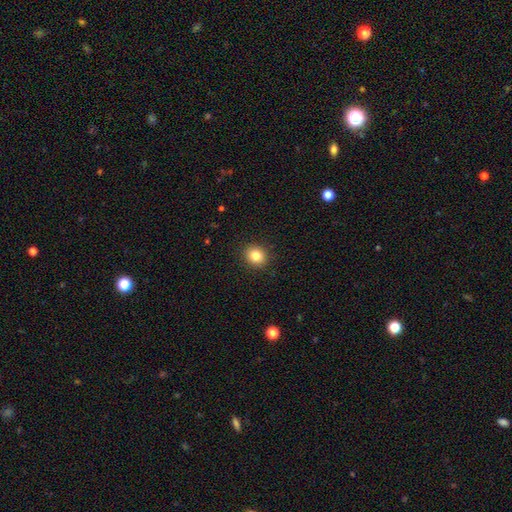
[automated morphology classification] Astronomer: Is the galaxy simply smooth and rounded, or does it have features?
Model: smooth — 83%.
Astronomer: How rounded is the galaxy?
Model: round — 80%.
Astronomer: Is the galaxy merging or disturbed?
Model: none — 91%.